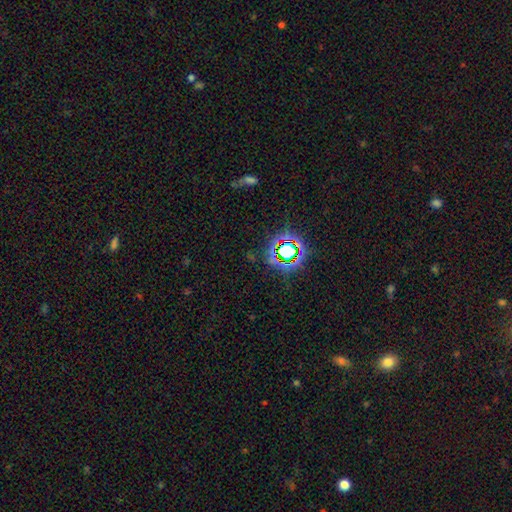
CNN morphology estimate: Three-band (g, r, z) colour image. It shows a star or artifact, not a galaxy (74%).